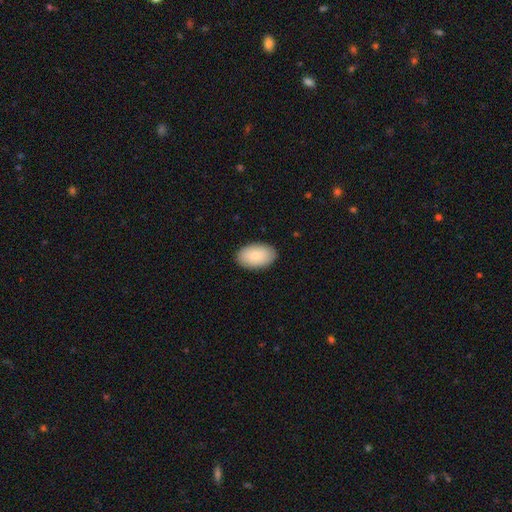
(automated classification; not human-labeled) Smooth or featured? smooth (86%)
How rounded? in between (94%)
Merging? none (89%)